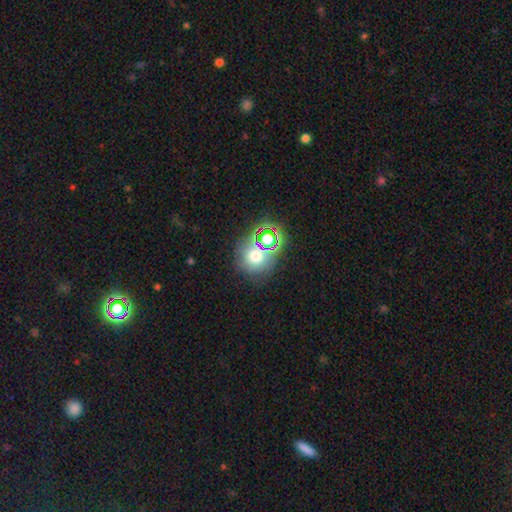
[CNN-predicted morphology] Smooth or featured: smooth — 57% (star or artifact — 30%)
How rounded: round — 83% (in between — 16%)
Merging: none — 64% (merger — 20%)